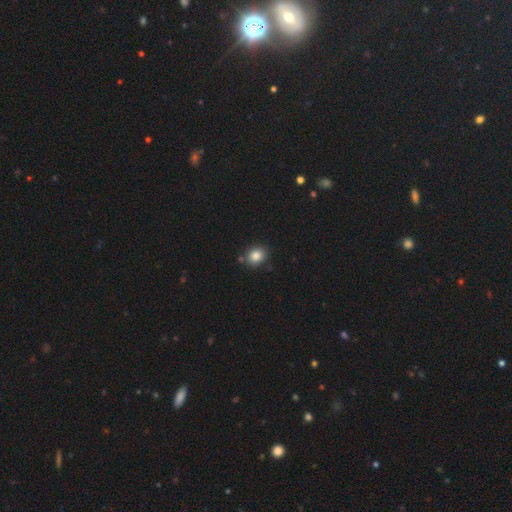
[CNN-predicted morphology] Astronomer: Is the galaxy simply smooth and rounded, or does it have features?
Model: smooth — 85%.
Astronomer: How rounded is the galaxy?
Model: round — 65%.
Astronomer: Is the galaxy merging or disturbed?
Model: none — 82%.